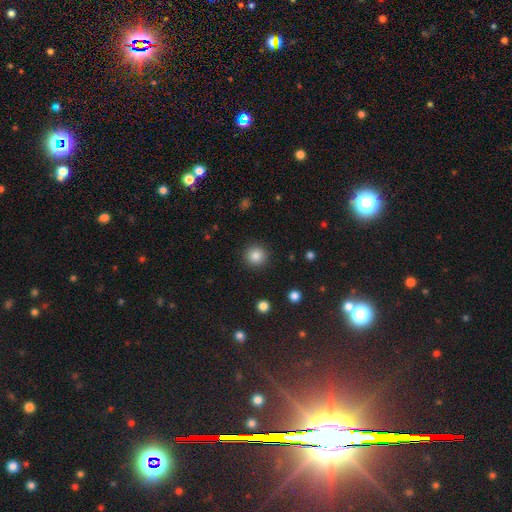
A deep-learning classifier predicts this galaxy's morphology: smooth 85%, star or artifact 11%, featured or disk 4%. Down the decision tree: how rounded — round (94%); merging — none (91%).